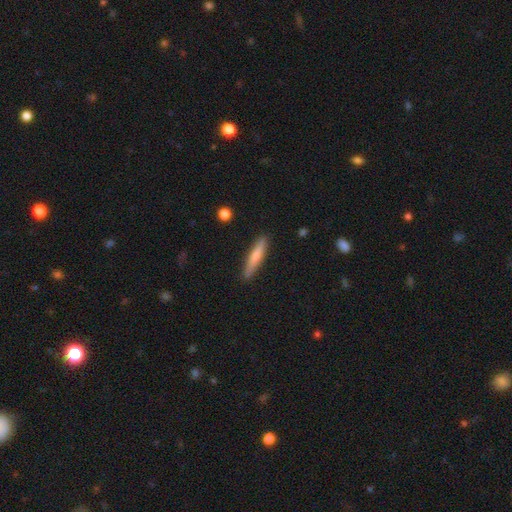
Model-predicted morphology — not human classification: This appears to be a smooth galaxy with no disk features (69%) that is cigar-shaped (90%). Merging: none (87%).